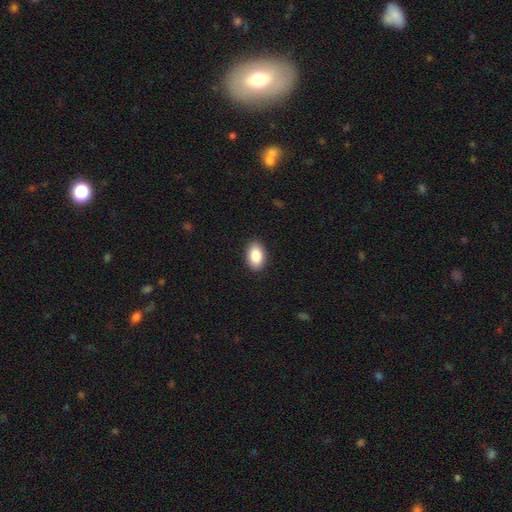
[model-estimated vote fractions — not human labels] Smooth or featured: smooth — 89% (star or artifact — 7%)
How rounded: in between — 92% (round — 6%)
Merging: none — 89% (minor disturbance — 8%)